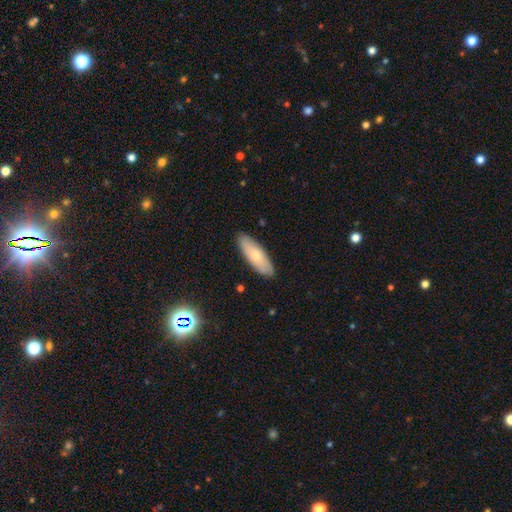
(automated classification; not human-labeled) Smooth or featured: smooth — 70% (featured or disk — 24%)
How rounded: in between — 61% (cigar-shaped — 37%)
Merging: none — 88% (minor disturbance — 9%)